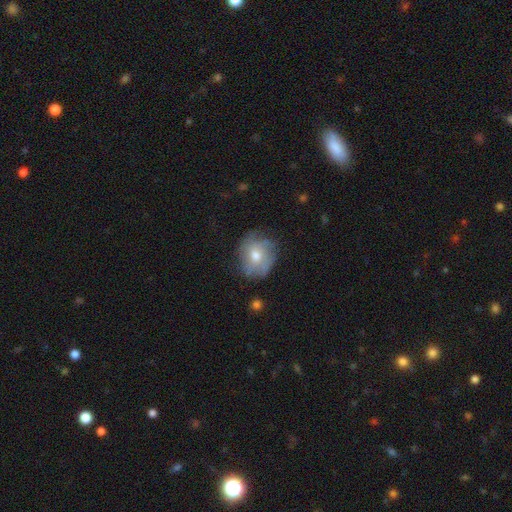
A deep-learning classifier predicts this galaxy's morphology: type=smooth (56%); roundness=round (66%); merging=none (63%).